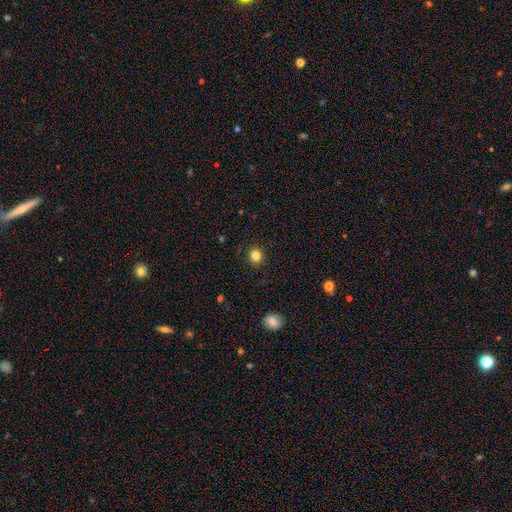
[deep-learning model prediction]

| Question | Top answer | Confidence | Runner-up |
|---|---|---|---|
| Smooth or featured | smooth | 83% | star or artifact (12%) |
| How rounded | round | 88% | in between (11%) |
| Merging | none | 91% | minor disturbance (6%) |